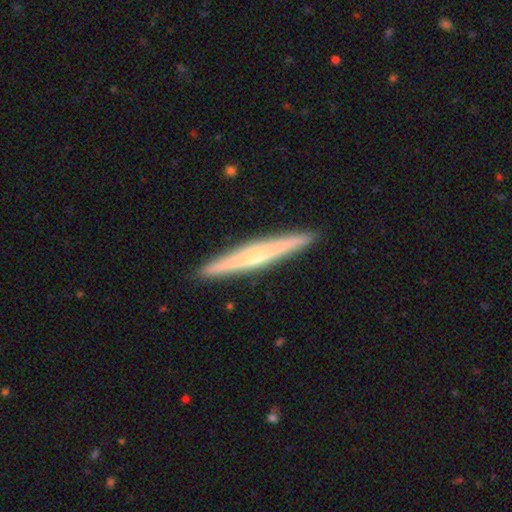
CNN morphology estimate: Smooth or featured: featured or disk — 63% (smooth — 31%)
Edge-on disk: yes — 97% (no — 3%)
Edge-on bulge: rounded — 51% (none — 40%)
Merging: none — 92% (minor disturbance — 6%)